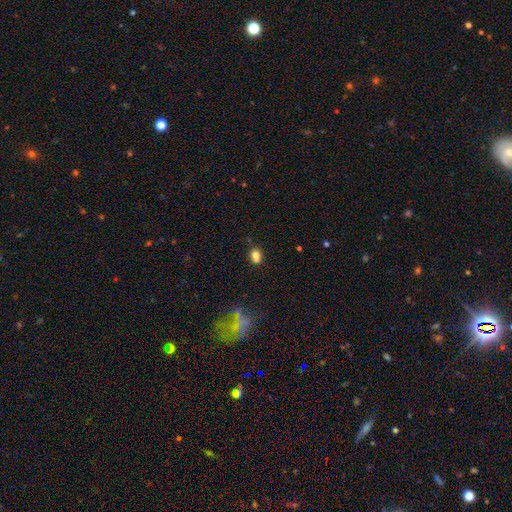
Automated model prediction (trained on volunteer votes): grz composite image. It shows a smooth galaxy with no disk features (76%) that is in between round and cigar-shaped (52%). Merging: none (51%).